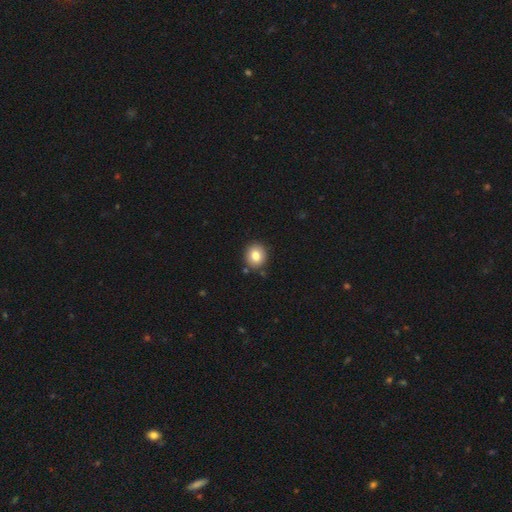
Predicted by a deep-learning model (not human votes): Overall: smooth (81%). How rounded: round (81%). Merging: none (87%).